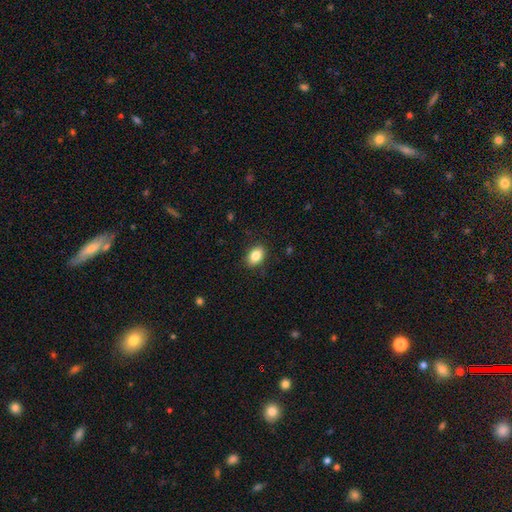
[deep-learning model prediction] This is clearly a smooth galaxy (84%). How rounded: clearly in between (81%). Merging: clearly none (88%).